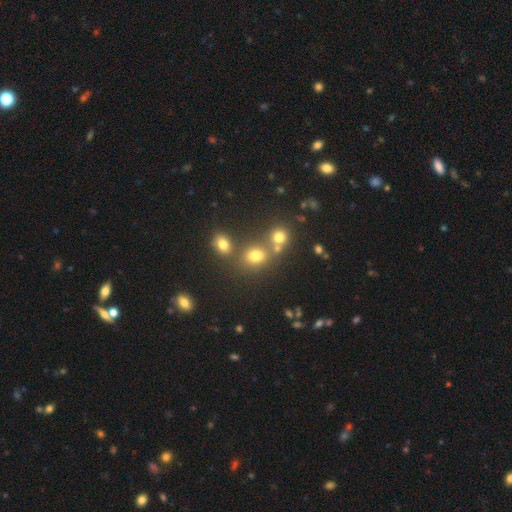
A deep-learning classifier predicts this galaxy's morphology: Q: Smooth or featured?
A: smooth (67%); runner-up: star or artifact (22%)
Q: How rounded?
A: round (60%); runner-up: in between (38%)
Q: Merging?
A: none (54%); runner-up: merger (33%)